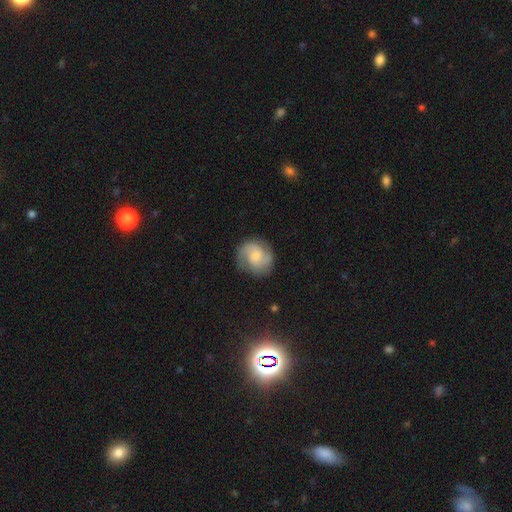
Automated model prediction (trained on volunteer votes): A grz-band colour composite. It shows a featured or disk galaxy (63%) with no bar (61%), 2 (79%) medium (48%) spiral arms (93%) and a small central bulge (49%). Merging: none (77%).